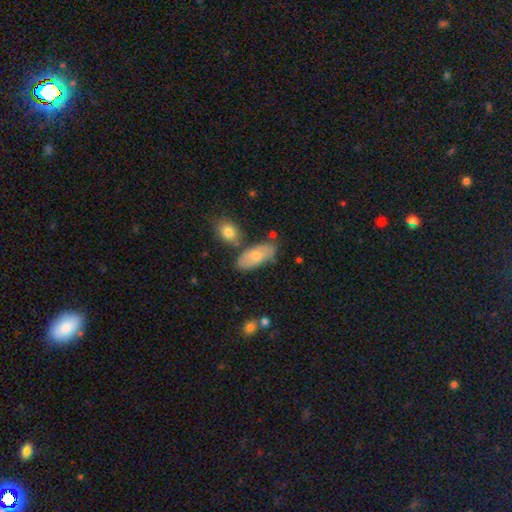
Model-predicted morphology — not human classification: A smooth galaxy with no disk features (72%) that is in between round and cigar-shaped (87%).

Vote fractions:
- Smooth or featured? smooth: 72% / featured or disk: 22% / star or artifact: 6%
- How rounded? in between: 87% / cigar-shaped: 10% / round: 3%
- Merging? none: 65% / minor disturbance: 19% / merger: 11% / major disturbance: 5%